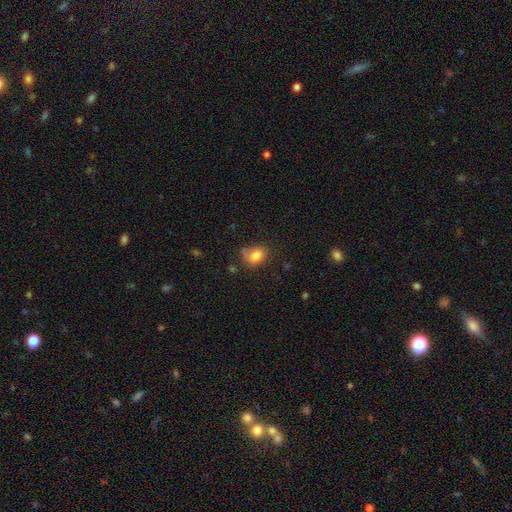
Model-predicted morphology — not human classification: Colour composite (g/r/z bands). It shows a smooth galaxy with no disk features (80%) that is in between round and cigar-shaped (61%). Merging: none (53%).